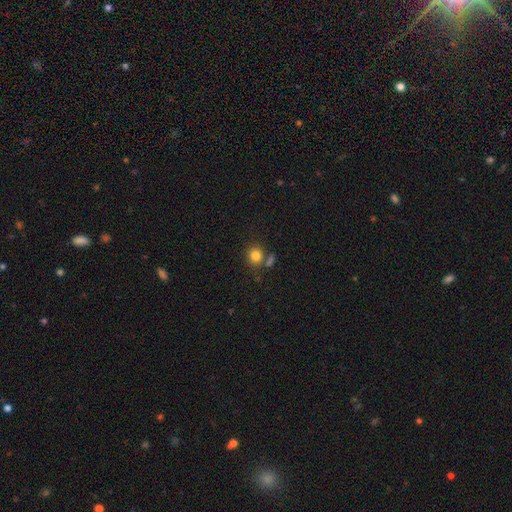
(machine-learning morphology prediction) type=smooth (82%); roundness=round (79%); merging=none (69%).